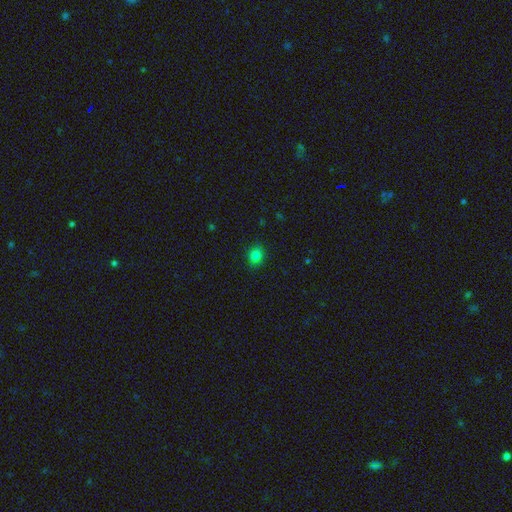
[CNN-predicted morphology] type=smooth (81%); roundness=round (69%); merging=none (86%).